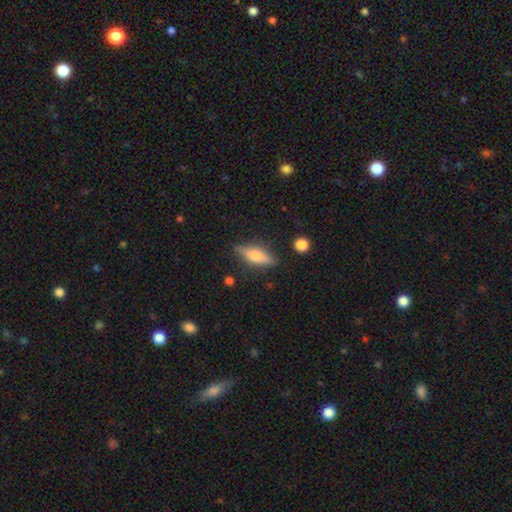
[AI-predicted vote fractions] A smooth galaxy with no disk features (47%).

Vote fractions:
- Smooth or featured? smooth: 47% / featured or disk: 46% / star or artifact: 8%
- Merging? none: 82% / minor disturbance: 13% / major disturbance: 3% / merger: 2%